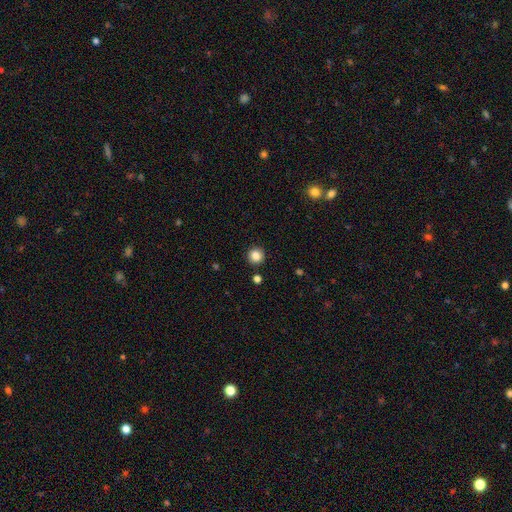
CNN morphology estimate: A smooth galaxy with no disk features (85%) that is round (95%).

Vote fractions:
- Smooth or featured? smooth: 85% / star or artifact: 11% / featured or disk: 4%
- How rounded? round: 95% / in between: 4% / cigar-shaped: 1%
- Merging? none: 91% / minor disturbance: 5% / merger: 2% / major disturbance: 2%